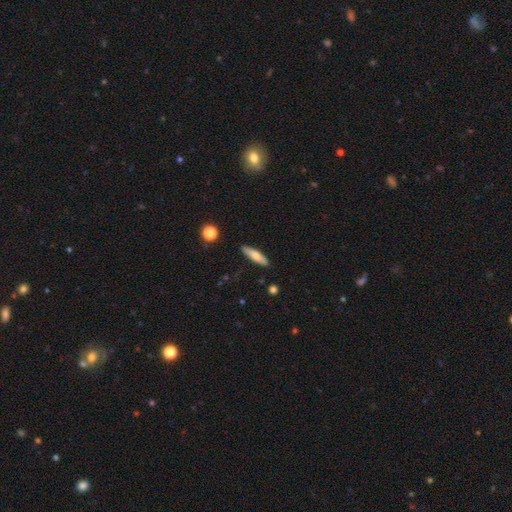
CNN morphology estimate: A smooth galaxy with no disk features (71%) that is cigar-shaped (78%).

Vote fractions:
- Smooth or featured? smooth: 71% / featured or disk: 22% / star or artifact: 6%
- How rounded? cigar-shaped: 78% / in between: 20% / round: 2%
- Merging? none: 88% / minor disturbance: 9% / major disturbance: 2% / merger: 2%